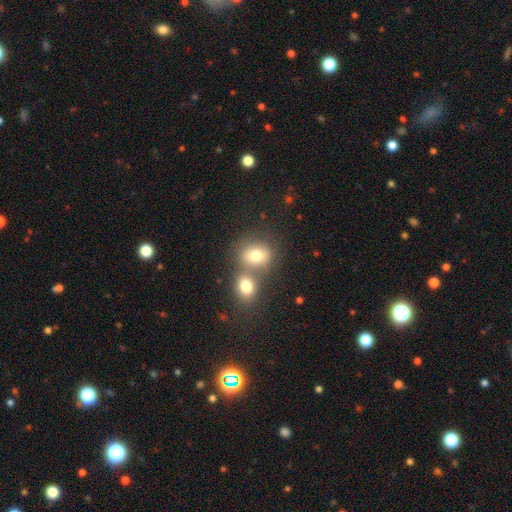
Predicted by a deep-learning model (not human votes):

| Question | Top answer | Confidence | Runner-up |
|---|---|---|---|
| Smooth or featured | smooth | 75% | featured or disk (13%) |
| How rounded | round | 58% | in between (40%) |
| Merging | merger | 45% | none (42%) |